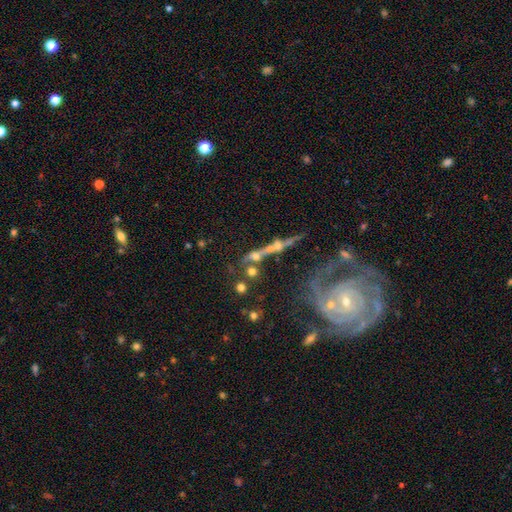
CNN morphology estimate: Smooth or featured: smooth — 40% (featured or disk — 36%)
Merging: none — 40% (merger — 37%)